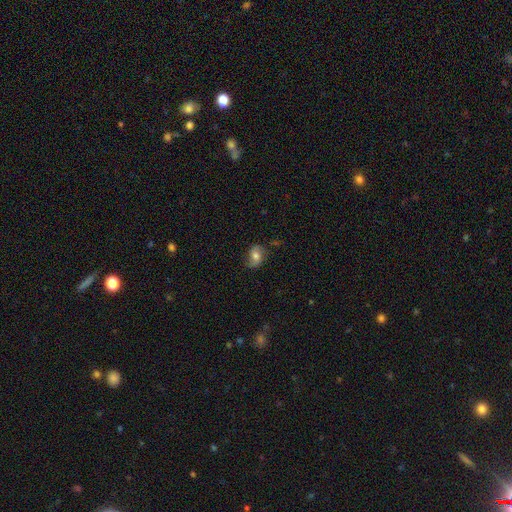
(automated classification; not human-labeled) Smooth or featured? featured or disk (45%, tied with smooth)
Merging? none (69%)